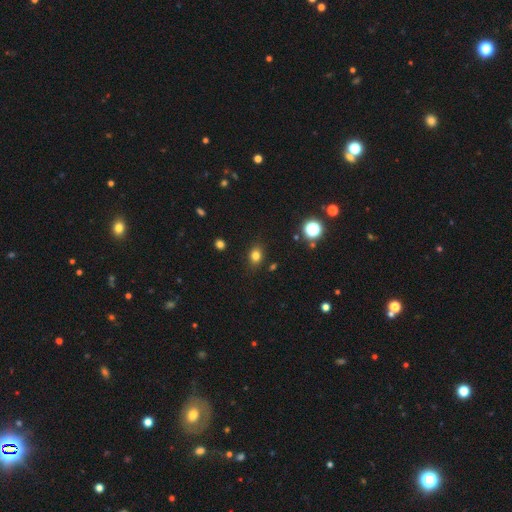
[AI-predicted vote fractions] Smooth or featured? smooth (80%)
How rounded? in between (52%)
Merging? none (85%)